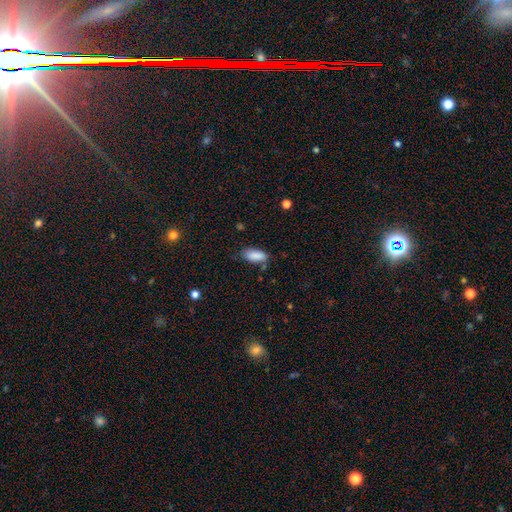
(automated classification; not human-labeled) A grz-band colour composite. It shows a smooth galaxy with no disk features (87%) that is in between round and cigar-shaped (84%). Merging: none (72%).